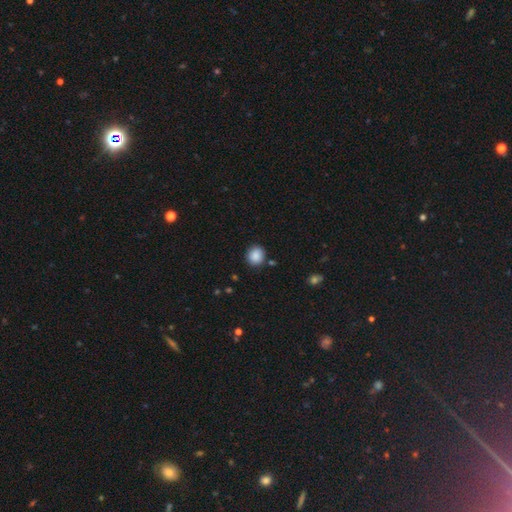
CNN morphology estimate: The model was most divided on "how rounded": round: 82%, in between: 17%, cigar-shaped: 1%. More confident: smooth or featured — smooth (88%); merging — none (84%).